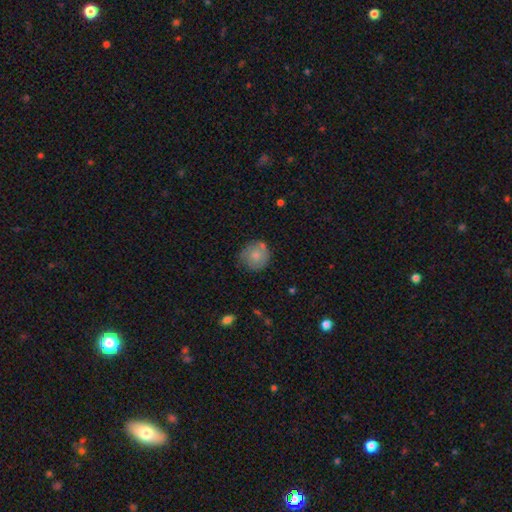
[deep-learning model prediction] smooth-or-featured: smooth: 70% | featured or disk: 23% | star or artifact: 7%
  how-rounded: round: 87% | in between: 12% | cigar-shaped: 1%
  merging: none: 64% | minor disturbance: 24% | major disturbance: 6% | merger: 6%